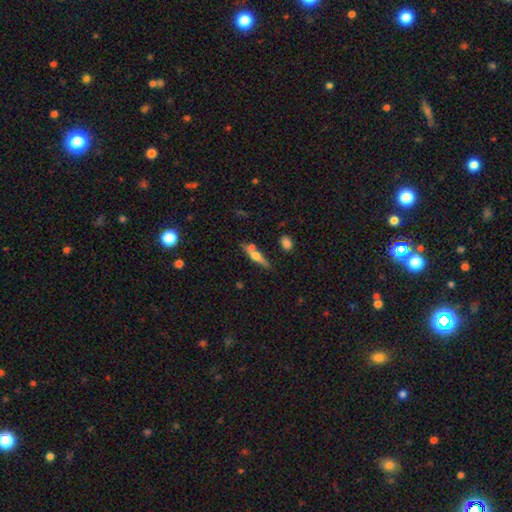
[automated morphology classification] smooth-or-featured: featured or disk: 51% | smooth: 42% | star or artifact: 7%
  disk-edge-on: yes: 92% | no: 8%
  merging: none: 69% | minor disturbance: 15% | merger: 12% | major disturbance: 4%